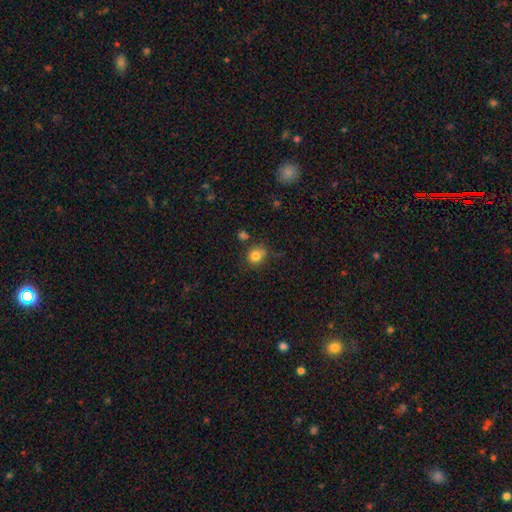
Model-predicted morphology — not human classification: Smooth or featured: smooth — 81% (star or artifact — 12%)
How rounded: round — 75% (in between — 24%)
Merging: none — 73% (minor disturbance — 17%)